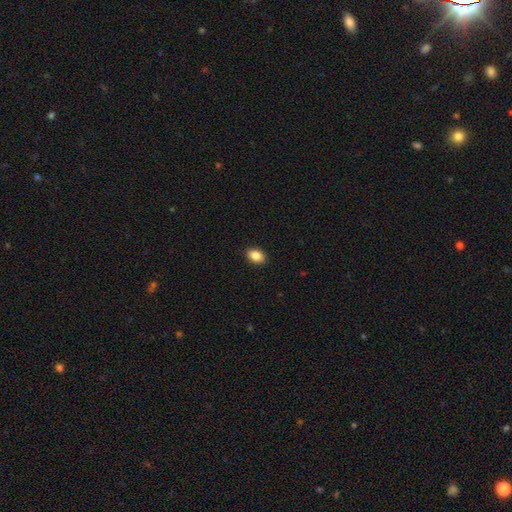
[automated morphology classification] smooth 87%, star or artifact 8%, featured or disk 6%. Down the decision tree: how rounded — in between (84%); merging — none (90%).